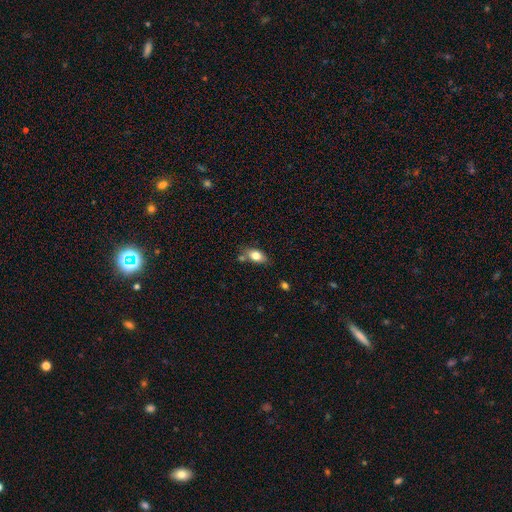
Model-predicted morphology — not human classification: type=smooth (80%); roundness=in between (87%); merging=none (68%).